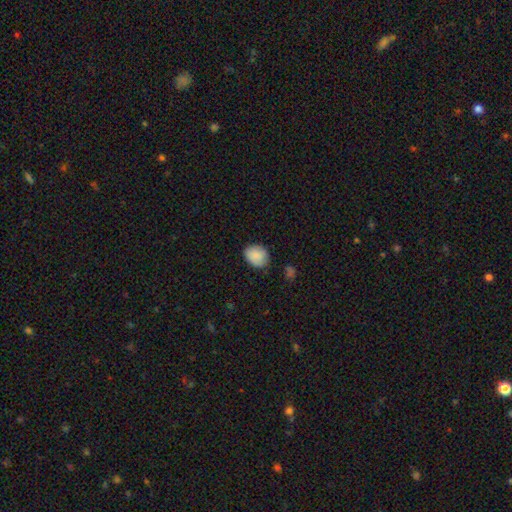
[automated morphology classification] smooth-or-featured: smooth: 88% | star or artifact: 7% | featured or disk: 5%
  how-rounded: in between: 52% | round: 47% | cigar-shaped: 1%
  merging: none: 75% | minor disturbance: 19% | major disturbance: 3% | merger: 2%